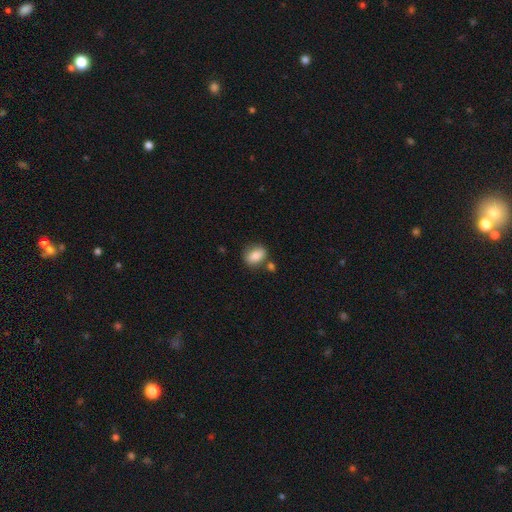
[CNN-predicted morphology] The model was most divided on "merging": none: 67%, minor disturbance: 16%, merger: 13%, major disturbance: 4%. More confident: smooth or featured — smooth (85%); how rounded — in between (76%).